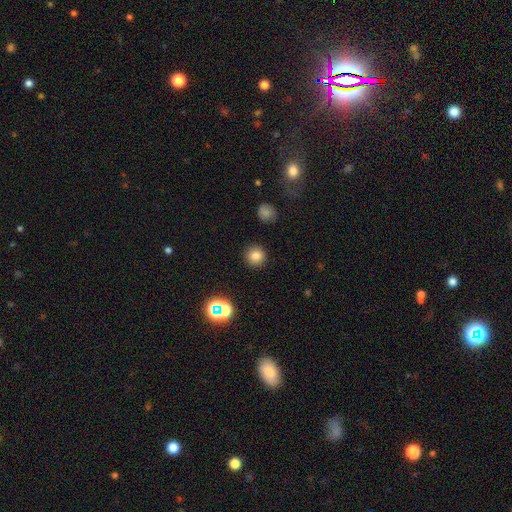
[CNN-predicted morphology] smooth-or-featured: smooth: 79% | star or artifact: 15% | featured or disk: 7%
  how-rounded: round: 95% | in between: 4% | cigar-shaped: 1%
  merging: none: 91% | minor disturbance: 5% | major disturbance: 2% | merger: 1%